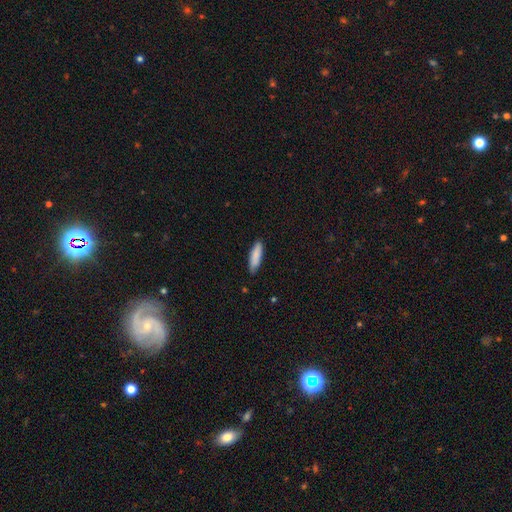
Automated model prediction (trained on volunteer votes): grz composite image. It shows a smooth galaxy with no disk features (86%) that is cigar-shaped (62%). Merging: none (84%).